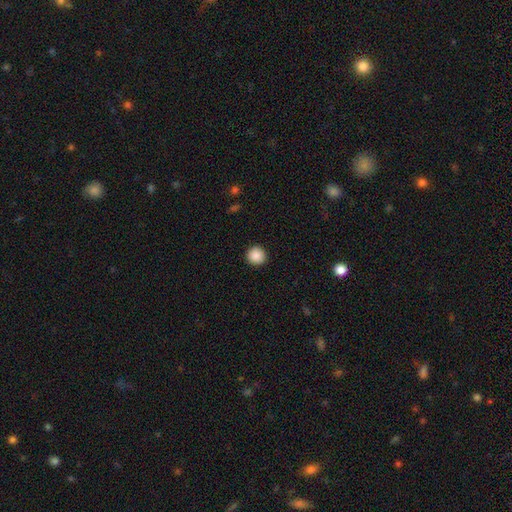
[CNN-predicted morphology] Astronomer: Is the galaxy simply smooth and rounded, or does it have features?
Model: smooth — 88%.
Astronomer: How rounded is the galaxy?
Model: round — 95%.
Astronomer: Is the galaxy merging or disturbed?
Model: none — 93%.